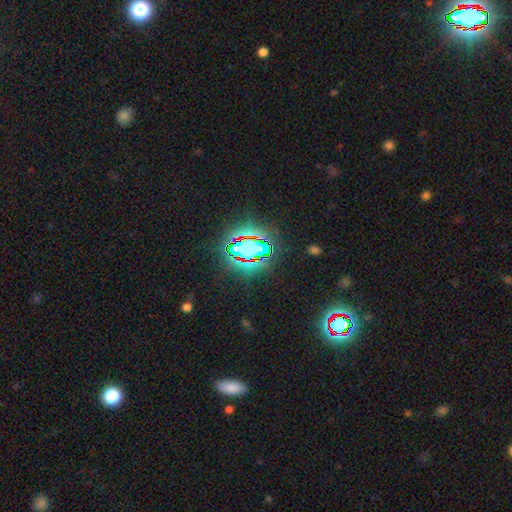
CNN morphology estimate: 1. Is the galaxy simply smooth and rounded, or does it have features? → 82% star or artifact, 11% smooth, 7% featured or disk.